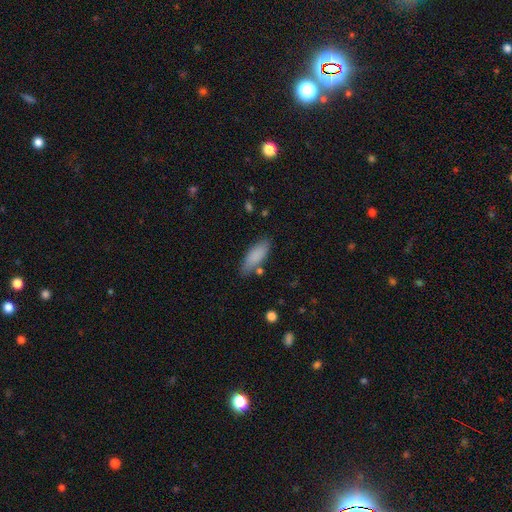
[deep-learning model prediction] The model was most divided on "how rounded": in between: 67%, cigar-shaped: 31%, round: 2%. More confident: smooth or featured — smooth (86%); merging — none (75%).